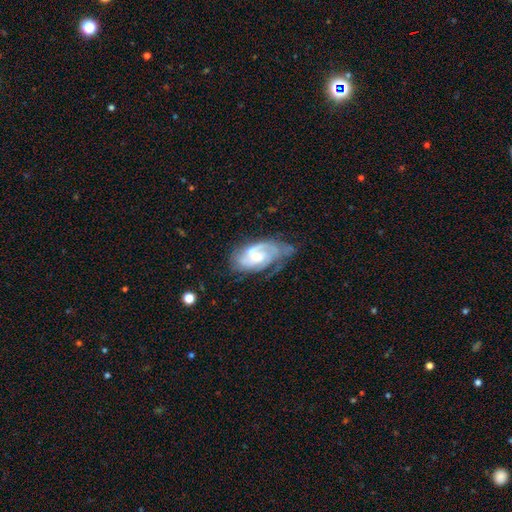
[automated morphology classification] A featured or disk galaxy (78%) with no bar (51%), 2 (50%) tight (43%) spiral arms (91%) and a moderate central bulge (45%).

Vote fractions:
- Smooth or featured? featured or disk: 78% / smooth: 16% / star or artifact: 6%
- Edge-on disk? no: 96% / yes: 4%
- Bar? no: 51% / weak: 40% / strong: 9%
- Spiral arms? yes: 91% / no: 9%
- Spiral winding? tight: 43% / medium: 42% / loose: 15%
- Spiral arm count? 2: 50% / can't tell: 22% / 1: 14% / 3: 10% / 4: 2% / more than 4: 2%
- Bulge size? moderate: 45% / small: 37% / none: 8% / large: 8% / dominant: 1%
- Merging? none: 43% / minor disturbance: 28% / major disturbance: 21% / merger: 8%